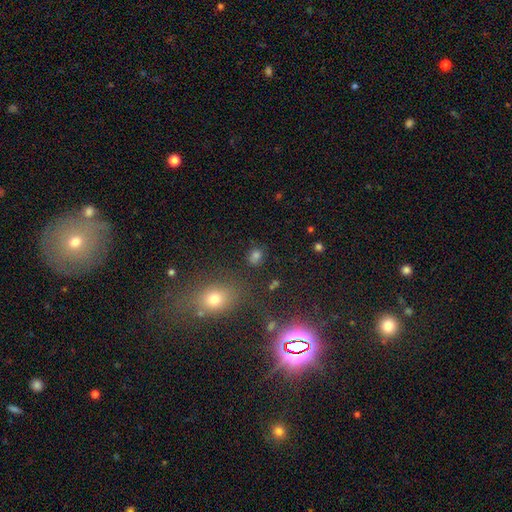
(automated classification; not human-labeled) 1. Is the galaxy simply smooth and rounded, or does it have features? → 73% smooth, 20% star or artifact, 7% featured or disk.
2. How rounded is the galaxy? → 54% round, 45% in between, 1% cigar-shaped.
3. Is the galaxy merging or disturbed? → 75% none, 13% minor disturbance, 7% merger, 5% major disturbance.